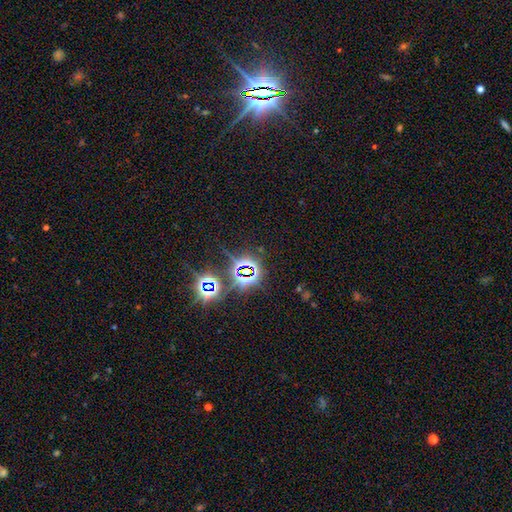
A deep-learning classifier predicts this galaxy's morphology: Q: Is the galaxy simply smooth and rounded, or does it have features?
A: star or artifact — 82%.